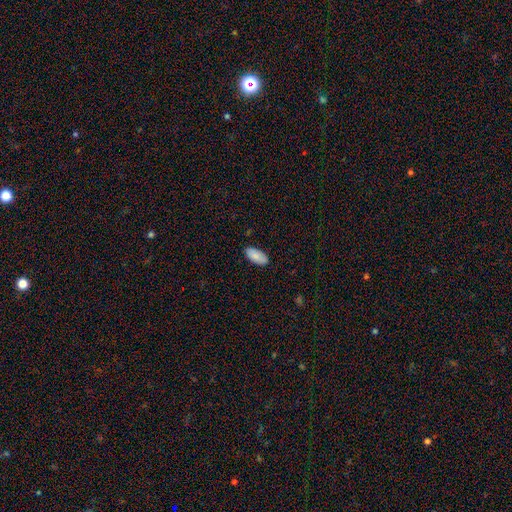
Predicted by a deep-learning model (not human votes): The model was most divided on "merging": none: 86%, minor disturbance: 11%, major disturbance: 2%, merger: 1%. More confident: how rounded — in between (93%); smooth or featured — smooth (85%).